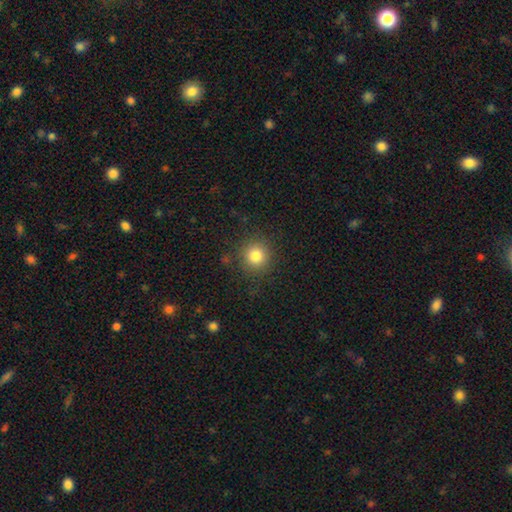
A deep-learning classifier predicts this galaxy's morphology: This appears to be a smooth galaxy with no disk features (82%) that is round (93%). Merging: none (88%).